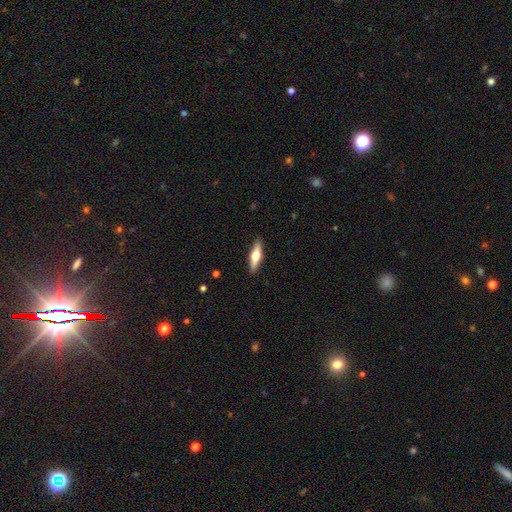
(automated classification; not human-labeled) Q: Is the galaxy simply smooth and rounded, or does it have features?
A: featured or disk — 50%.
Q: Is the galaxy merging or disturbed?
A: none — 90%.